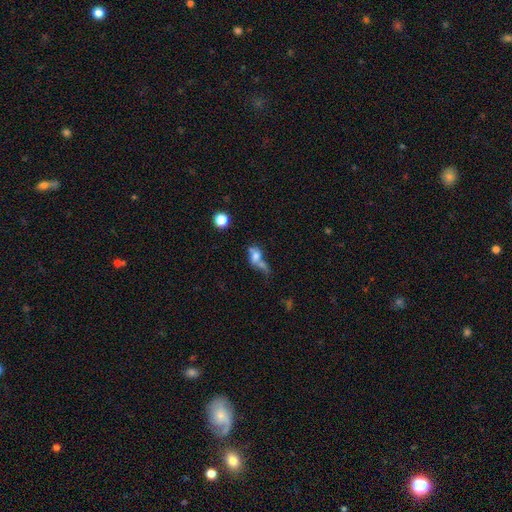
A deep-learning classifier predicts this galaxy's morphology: type=smooth (53%); roundness=in between (60%); merging=merger (47%).